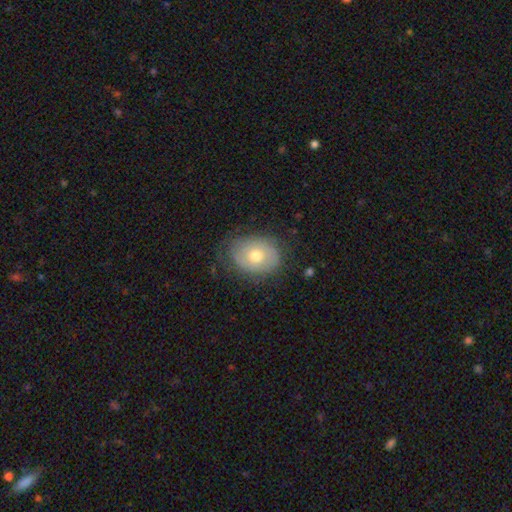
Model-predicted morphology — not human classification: Overall: smooth (58%; featured or disk 33%). How rounded: in between (63%; round 37%). Merging: none (72%).